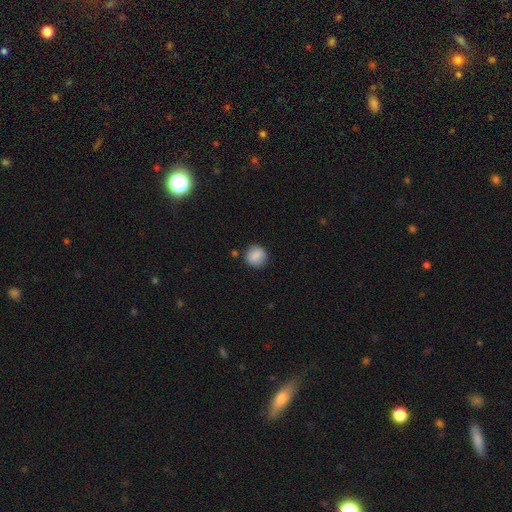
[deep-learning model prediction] A smooth galaxy with no disk features (87%) that is round (89%).

Vote fractions:
- Smooth or featured? smooth: 87% / star or artifact: 8% / featured or disk: 5%
- How rounded? round: 89% / in between: 10% / cigar-shaped: 1%
- Merging? none: 85% / minor disturbance: 10% / major disturbance: 3% / merger: 2%